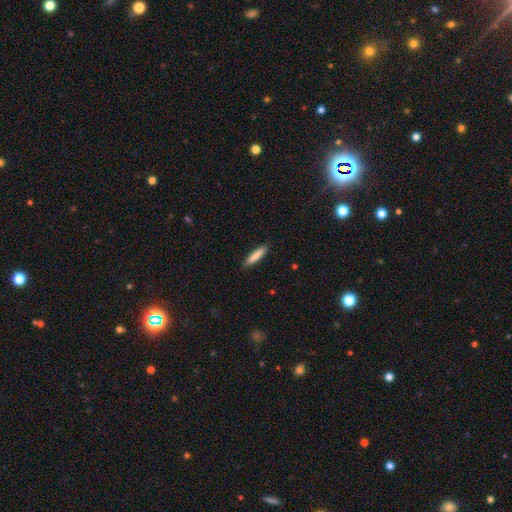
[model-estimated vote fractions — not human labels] Q: Smooth or featured?
A: smooth (84%); runner-up: featured or disk (10%)
Q: How rounded?
A: cigar-shaped (82%); runner-up: in between (17%)
Q: Merging?
A: none (89%); runner-up: minor disturbance (8%)